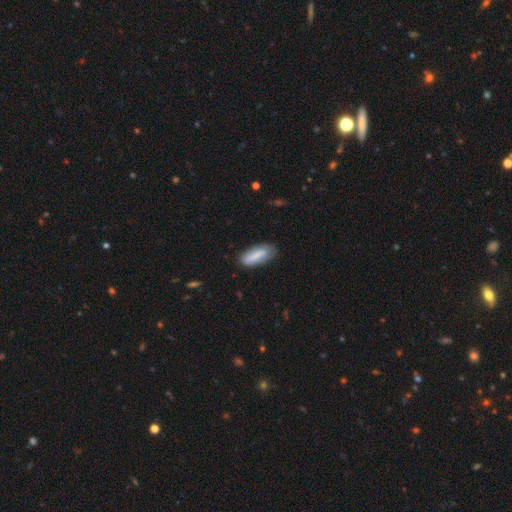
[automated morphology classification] This appears to be a smooth galaxy with no disk features (77%) that is in between round and cigar-shaped (62%). Merging: none (73%).